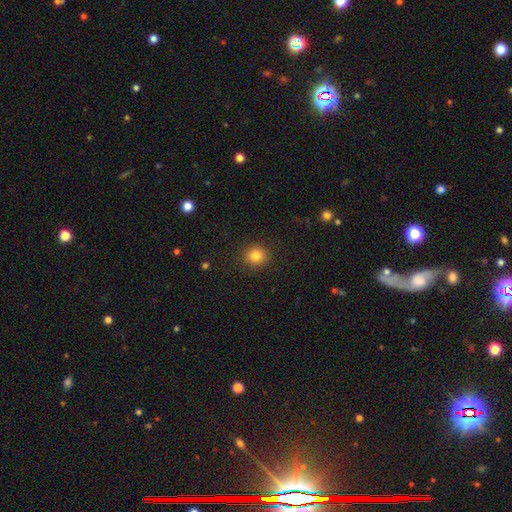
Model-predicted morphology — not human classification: smooth-or-featured: smooth: 83% | star or artifact: 11% | featured or disk: 6%
  how-rounded: round: 87% | in between: 12% | cigar-shaped: 1%
  merging: none: 91% | minor disturbance: 6% | major disturbance: 2% | merger: 1%